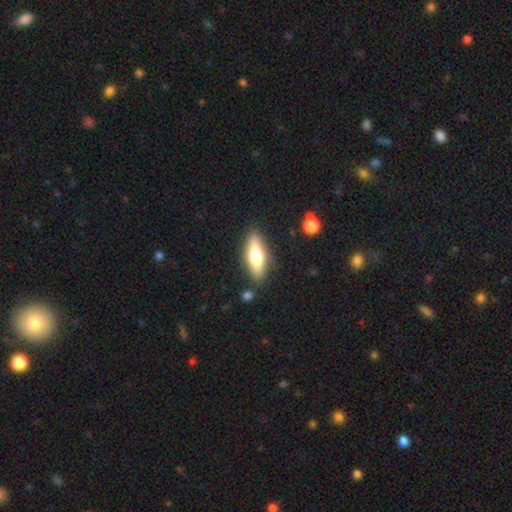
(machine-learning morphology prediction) A smooth galaxy with no disk features (53%) that is in between round and cigar-shaped (49%).

Vote fractions:
- Smooth or featured? smooth: 53% / featured or disk: 41% / star or artifact: 6%
- How rounded? in between: 49% / cigar-shaped: 48% / round: 3%
- Merging? none: 85% / minor disturbance: 10% / merger: 3% / major disturbance: 2%